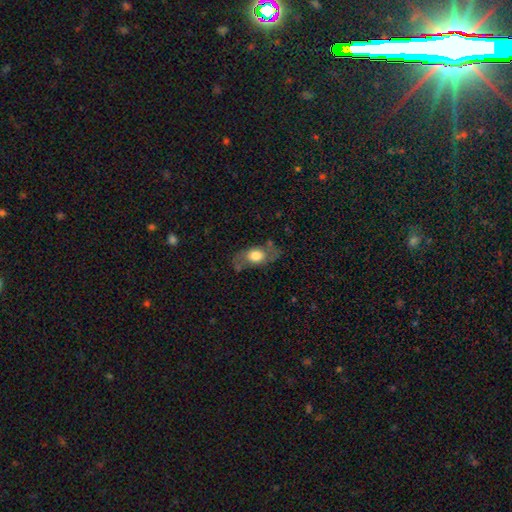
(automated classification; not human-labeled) The model was most divided on "smooth or featured": smooth: 54%, featured or disk: 39%, star or artifact: 7%. More confident: how rounded — in between (75%); merging — none (61%).